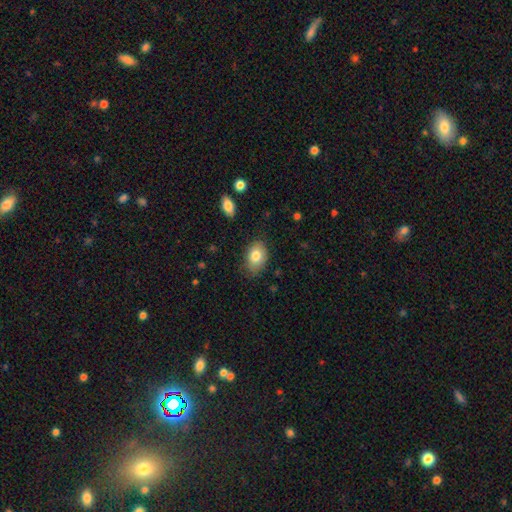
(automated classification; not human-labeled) Smooth or featured: smooth — 81% (featured or disk — 11%)
How rounded: in between — 83% (round — 16%)
Merging: none — 79% (minor disturbance — 17%)